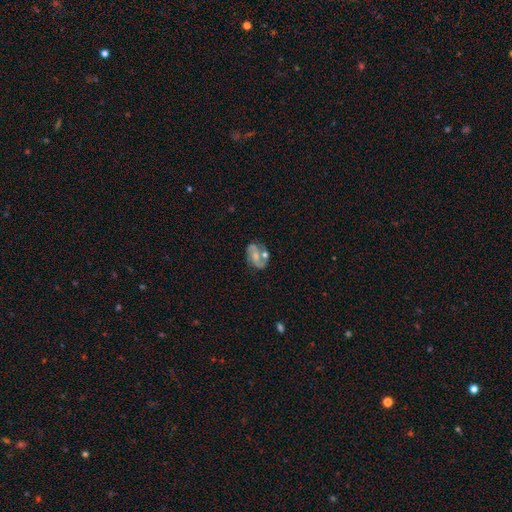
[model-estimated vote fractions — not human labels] Smooth or featured?
  - featured or disk: 73% *
  - smooth: 20%
  - star or artifact: 7%
Edge-on disk?
  - no: 97% *
  - yes: 3%
Bar?
  - no: 52% *
  - weak: 38%
  - strong: 10%
Spiral arms?
  - yes: 87% *
  - no: 13%
Spiral winding?
  - medium: 49% *
  - loose: 31%
  - tight: 20%
Spiral arm count?
  - 2: 83% *
  - can't tell: 8%
  - 3: 3%
  - 1: 3%
  - 4: 1%
  - more than 4: 1%
Bulge size?
  - moderate: 44% *
  - small: 37%
  - none: 12%
  - large: 5%
  - dominant: 1%
Merging?
  - none: 55% *
  - minor disturbance: 19%
  - merger: 16%
  - major disturbance: 10%